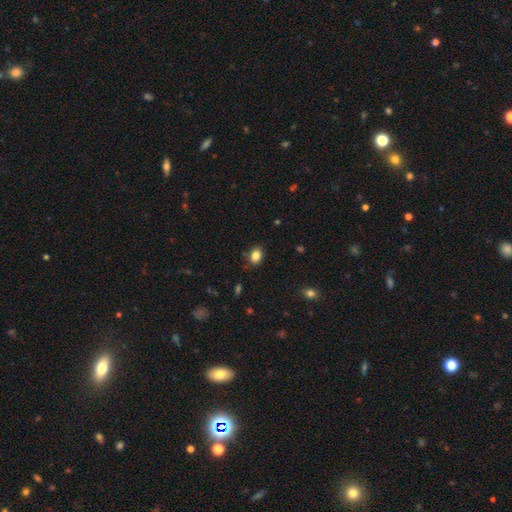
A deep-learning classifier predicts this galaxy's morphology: Smooth or featured? smooth (85%)
How rounded? in between (69%)
Merging? none (82%)